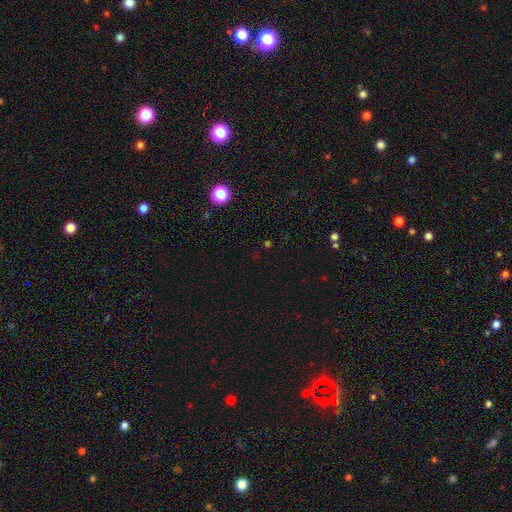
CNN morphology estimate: smooth-or-featured: star or artifact: 62% | smooth: 31% | featured or disk: 7%